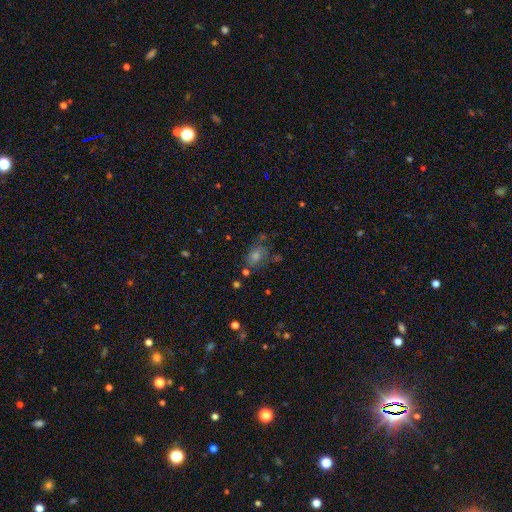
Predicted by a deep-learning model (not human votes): Overall: smooth (39%; star or artifact 31%). Merging: none (63%).